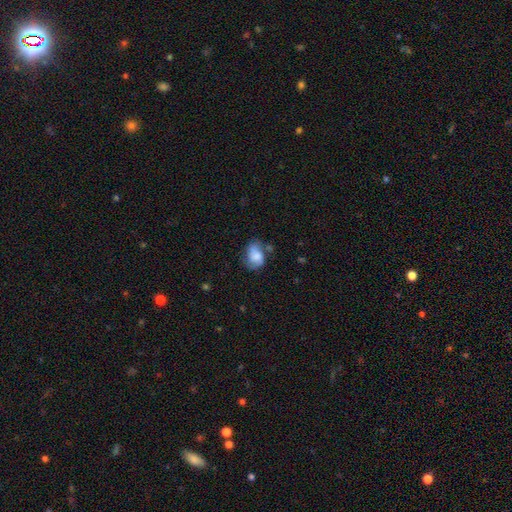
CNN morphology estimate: Smooth or featured?
  - smooth: 59% *
  - featured or disk: 32%
  - star or artifact: 9%
How rounded?
  - in between: 67% *
  - round: 31%
  - cigar-shaped: 1%
Merging?
  - none: 46% *
  - minor disturbance: 30%
  - major disturbance: 15%
  - merger: 8%